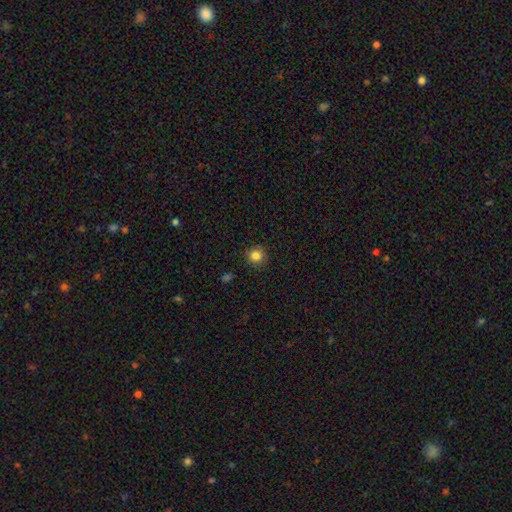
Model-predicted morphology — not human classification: This is clearly a smooth galaxy (84%). How rounded: clearly round (93%). Merging: clearly none (89%).